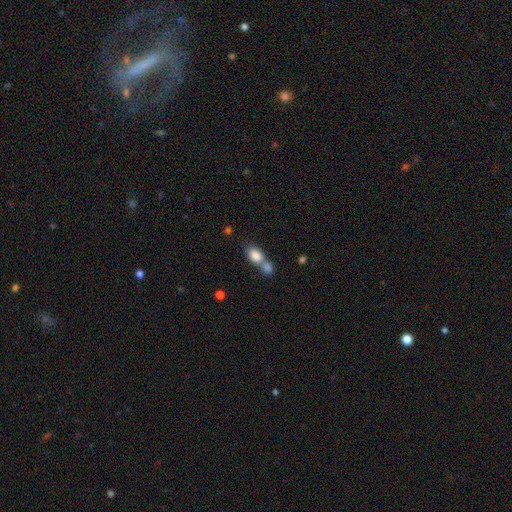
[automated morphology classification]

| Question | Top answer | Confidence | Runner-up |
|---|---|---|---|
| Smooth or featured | smooth | 83% | featured or disk (9%) |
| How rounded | in between | 79% | round (18%) |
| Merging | merger | 59% | none (29%) |